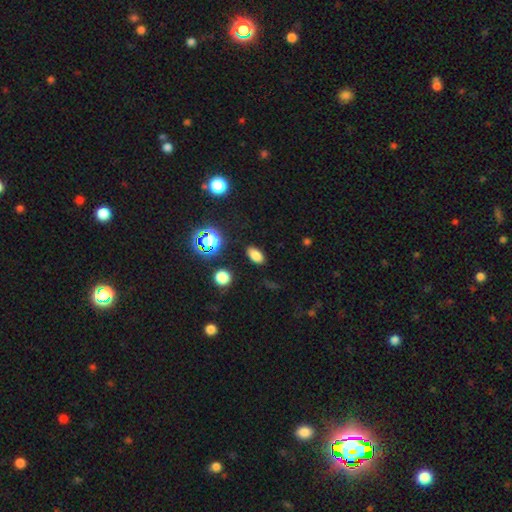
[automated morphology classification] Q: Smooth or featured?
A: smooth (74%); runner-up: star or artifact (19%)
Q: How rounded?
A: in between (89%); runner-up: round (8%)
Q: Merging?
A: none (86%); runner-up: minor disturbance (9%)